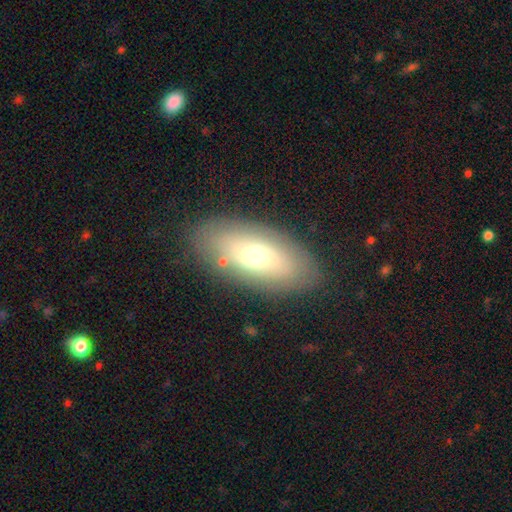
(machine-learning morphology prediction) A smooth galaxy with no disk features (49%).

Vote fractions:
- Smooth or featured? smooth: 49% / featured or disk: 43% / star or artifact: 8%
- Merging? none: 81% / minor disturbance: 12% / major disturbance: 4% / merger: 3%